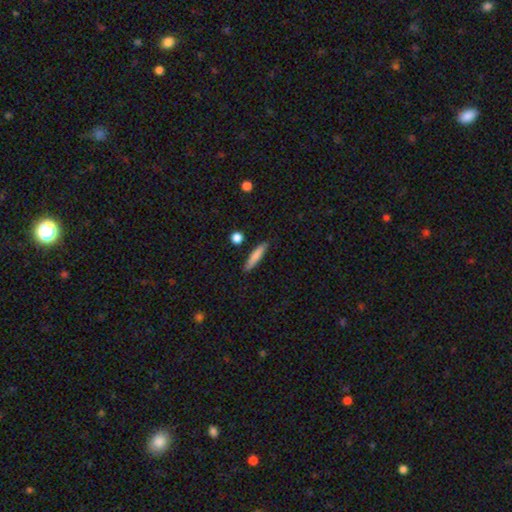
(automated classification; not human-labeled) This is likely a smooth galaxy (80%). How rounded: clearly cigar-shaped (86%). Merging: clearly none (86%).